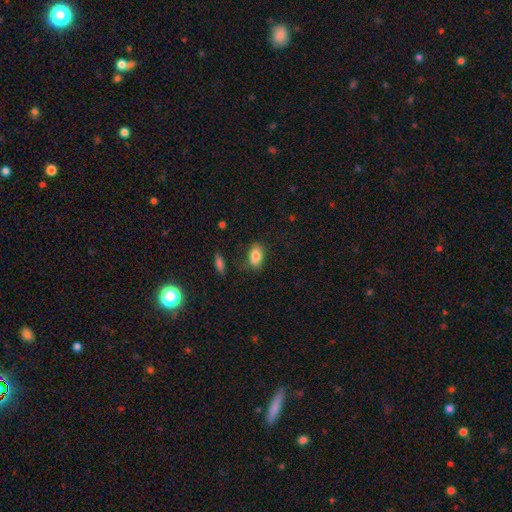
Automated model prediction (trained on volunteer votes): The model was most divided on "merging": none: 72%, minor disturbance: 18%, merger: 5%, major disturbance: 5%. More confident: how rounded — in between (89%); smooth or featured — smooth (82%).